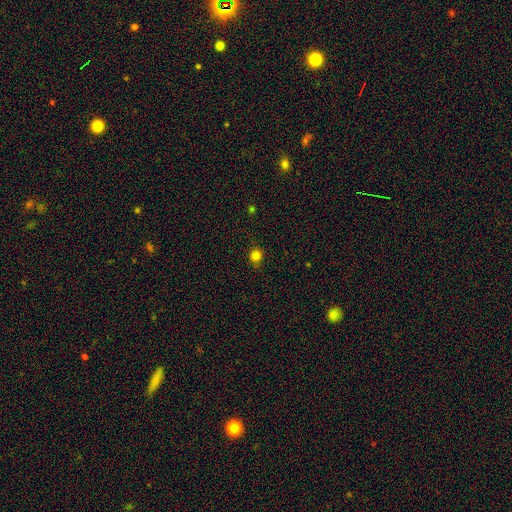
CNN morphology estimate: The model was most divided on "smooth or featured": smooth: 81%, star or artifact: 14%, featured or disk: 5%. More confident: how rounded — round (84%); merging — none (84%).